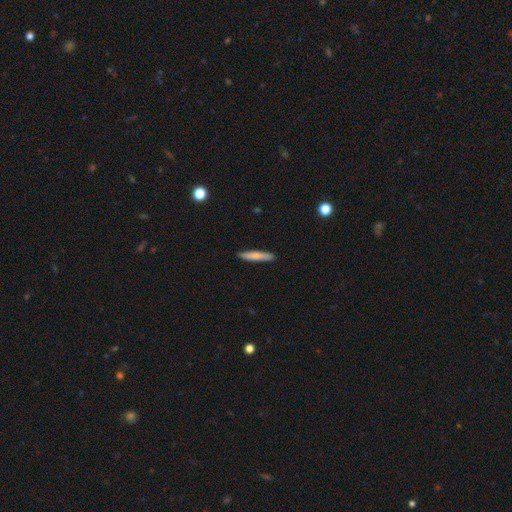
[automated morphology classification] Smooth or featured: smooth — 75% (featured or disk — 19%)
How rounded: cigar-shaped — 93% (in between — 6%)
Merging: none — 90% (minor disturbance — 7%)